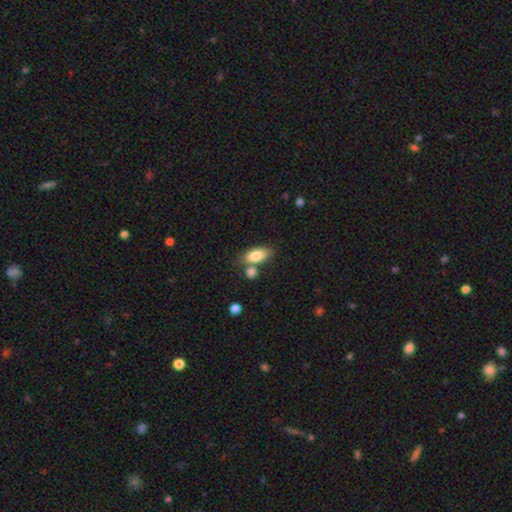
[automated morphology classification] This is likely a smooth galaxy (79%). How rounded: clearly in between (83%). Merging: possibly none (58%).